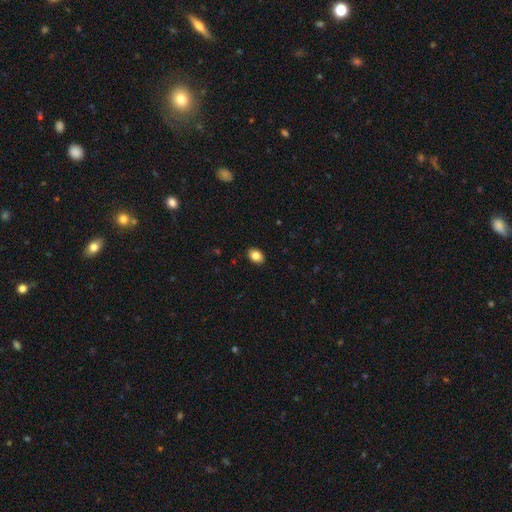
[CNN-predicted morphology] Q: Smooth or featured?
A: smooth (85%); runner-up: star or artifact (8%)
Q: How rounded?
A: in between (76%); runner-up: round (22%)
Q: Merging?
A: none (90%); runner-up: minor disturbance (8%)